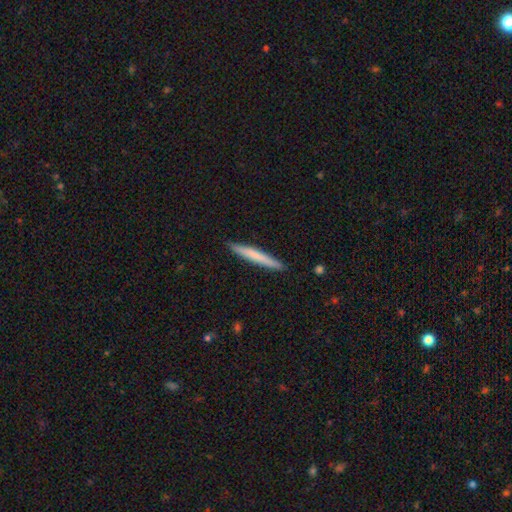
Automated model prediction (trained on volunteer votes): This is likely a smooth galaxy (65%). How rounded: clearly cigar-shaped (96%). Merging: clearly none (91%).